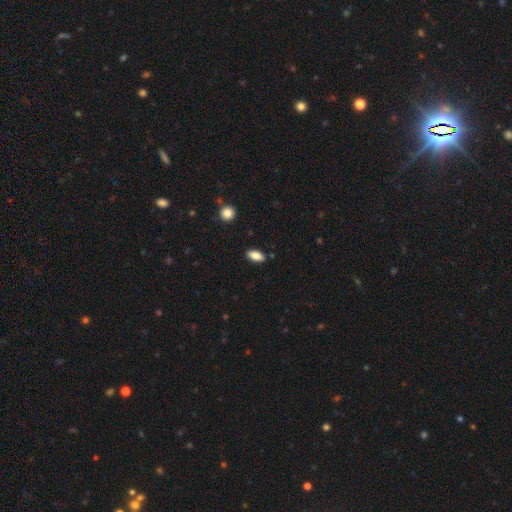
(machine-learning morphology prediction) This is clearly a smooth galaxy (83%). How rounded: clearly in between (88%). Merging: clearly none (88%).